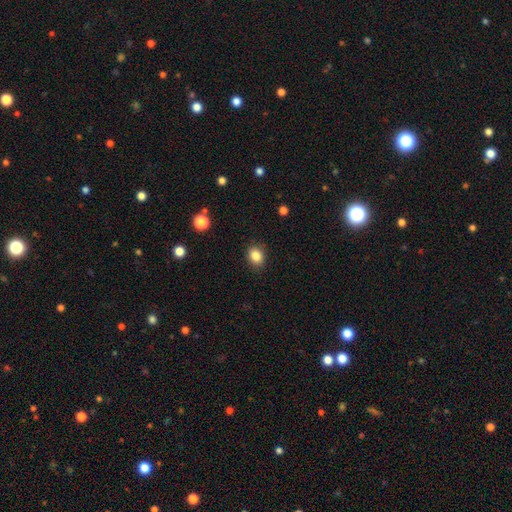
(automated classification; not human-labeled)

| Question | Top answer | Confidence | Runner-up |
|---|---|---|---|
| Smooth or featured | smooth | 85% | star or artifact (10%) |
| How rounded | in between | 54% | round (45%) |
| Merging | none | 88% | minor disturbance (9%) |